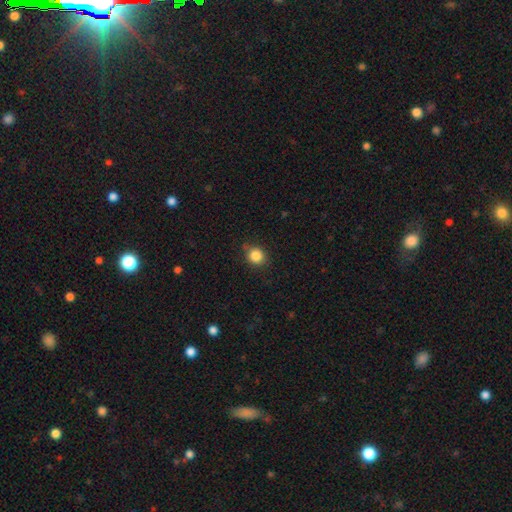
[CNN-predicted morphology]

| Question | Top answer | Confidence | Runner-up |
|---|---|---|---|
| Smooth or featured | smooth | 85% | star or artifact (11%) |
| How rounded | round | 82% | in between (17%) |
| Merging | none | 82% | minor disturbance (14%) |